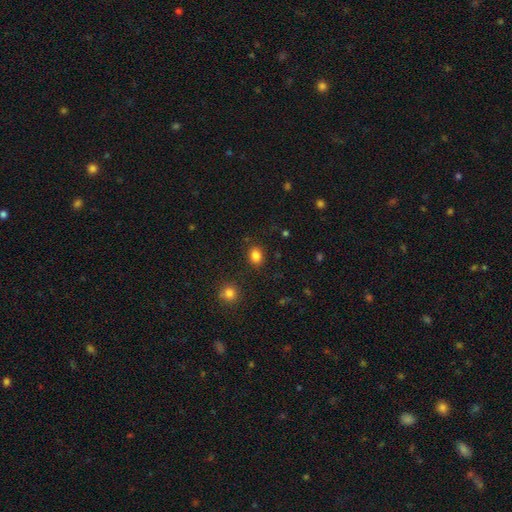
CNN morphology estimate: A smooth galaxy with no disk features (84%) that is in between round and cigar-shaped (54%).

Vote fractions:
- Smooth or featured? smooth: 84% / star or artifact: 11% / featured or disk: 5%
- How rounded? in between: 54% / round: 45% / cigar-shaped: 1%
- Merging? none: 86% / minor disturbance: 9% / major disturbance: 3% / merger: 2%